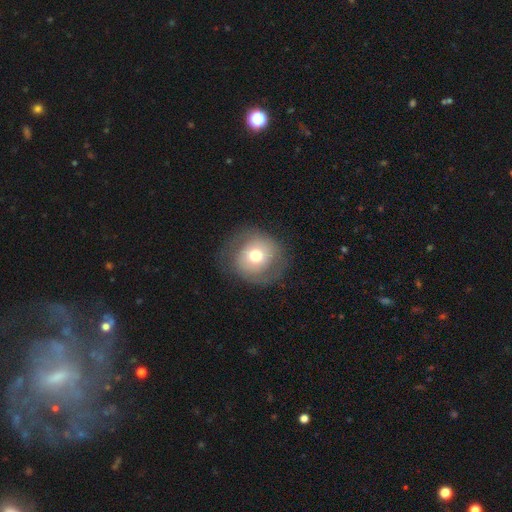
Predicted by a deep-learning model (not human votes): A smooth galaxy with no disk features (55%) that is round (85%). Merging: none (72%).